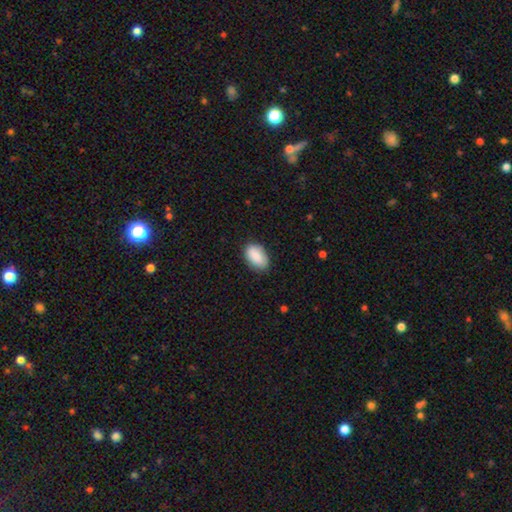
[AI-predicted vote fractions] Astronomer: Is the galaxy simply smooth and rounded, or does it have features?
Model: smooth — 88%.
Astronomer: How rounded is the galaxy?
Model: in between — 93%.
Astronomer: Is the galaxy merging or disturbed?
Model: none — 81%.